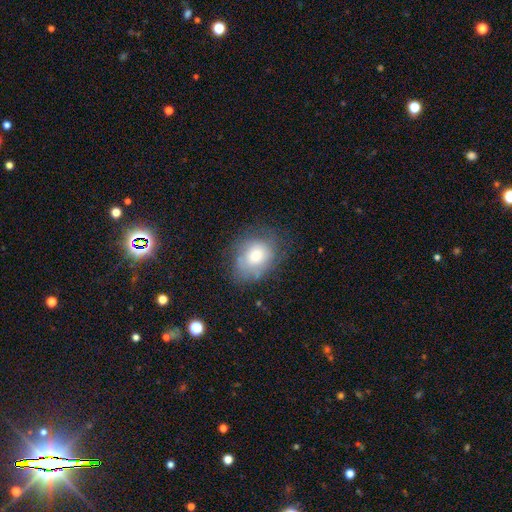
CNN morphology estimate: This is likely a smooth galaxy (69%). How rounded: possibly in between (56%). Merging: likely none (61%).